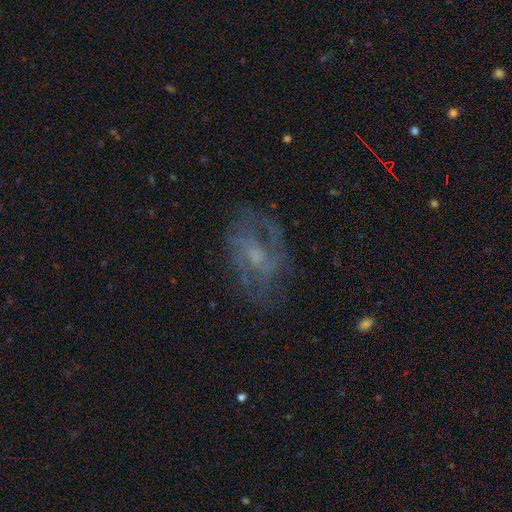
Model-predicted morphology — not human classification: Overall: featured or disk (72%). Edge-on disk: no (96%). Bar: no (47%; weak 43%). Spiral arms: yes (82%). Spiral arm count: 2 (56%; can't tell 27%). Spiral winding: medium (48%; tight 26%). Bulge size: small (50%; moderate 31%). Merging: none (66%).